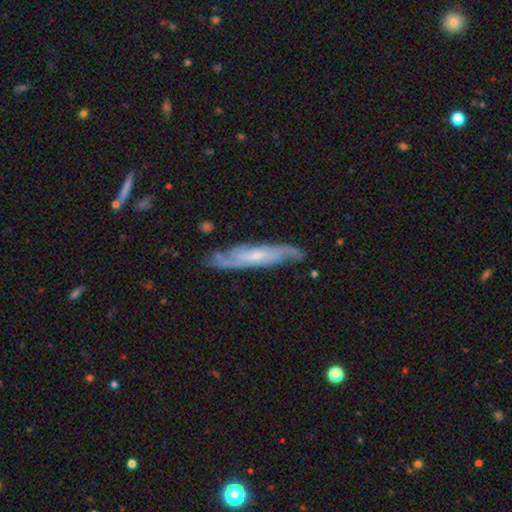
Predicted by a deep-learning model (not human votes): featured or disk 78%, smooth 16%, star or artifact 5%. Down the decision tree: edge-on disk — no (65%); bar — no (53%); spiral arms — yes (93%); bulge size — small (67%); merging — none (76%).